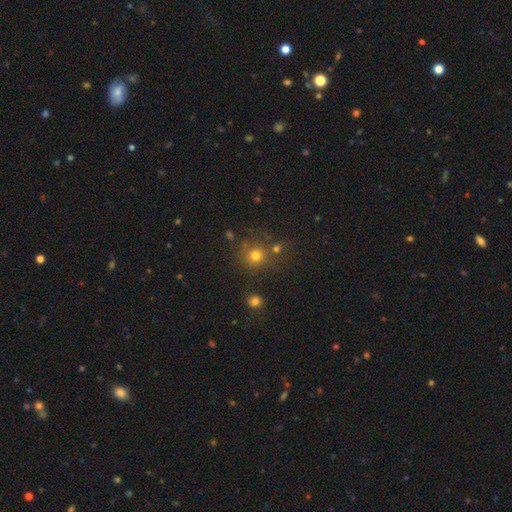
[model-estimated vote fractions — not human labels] Q: Smooth or featured?
A: smooth (73%); runner-up: star or artifact (19%)
Q: How rounded?
A: round (91%); runner-up: in between (8%)
Q: Merging?
A: none (72%); runner-up: merger (14%)